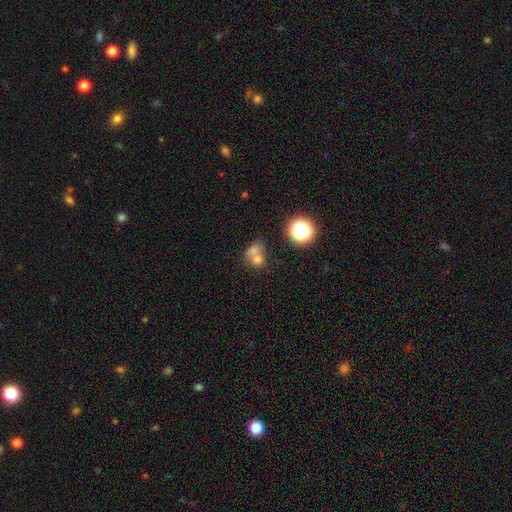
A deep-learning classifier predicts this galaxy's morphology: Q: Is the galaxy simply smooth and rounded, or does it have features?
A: smooth — 68%.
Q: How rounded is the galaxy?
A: round — 68%.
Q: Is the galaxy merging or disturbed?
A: merger — 59%.